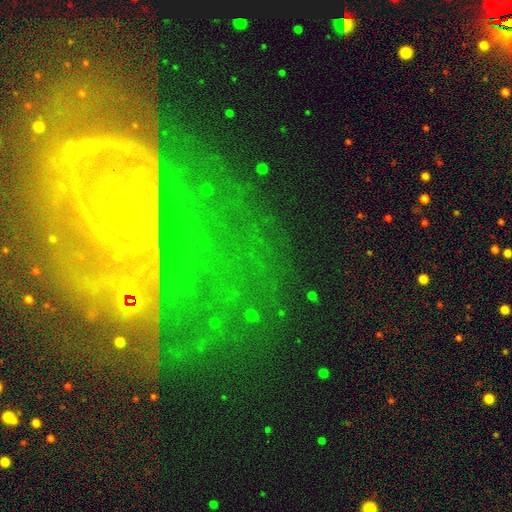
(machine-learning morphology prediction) type=featured or disk (75%); edge-on=no (96%); bar=no (68%); spiral arms=yes (87%); winding=tight (64%); arm count=2 (31%); bulge=small (81%); merging=none (54%).